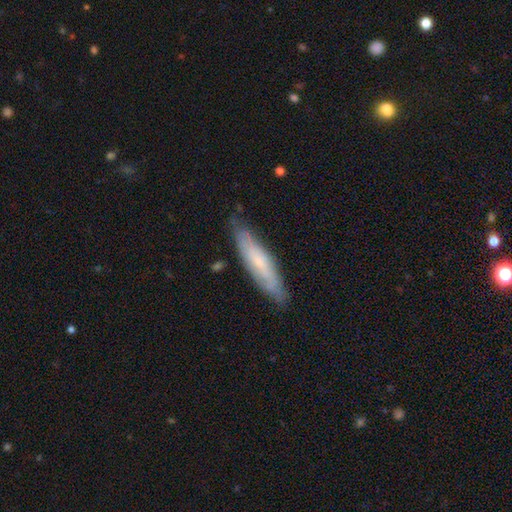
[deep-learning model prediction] Overall: smooth (50%; featured or disk 42%). Merging: none (82%).